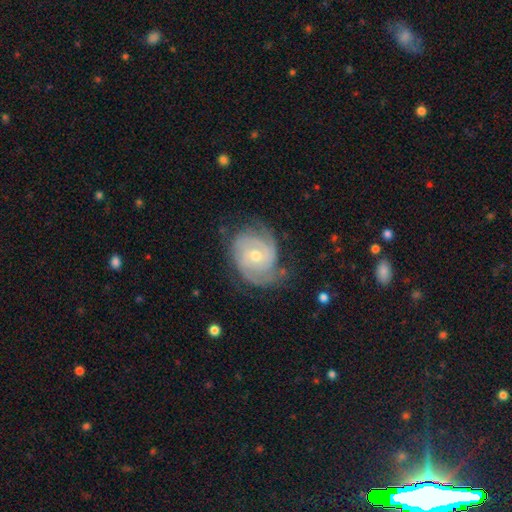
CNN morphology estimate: This appears to be a featured or disk galaxy (85%) with no bar (69%), 2 (36%) tight (68%) spiral arms (95%) and a moderate central bulge (57%). Merging: none (66%).